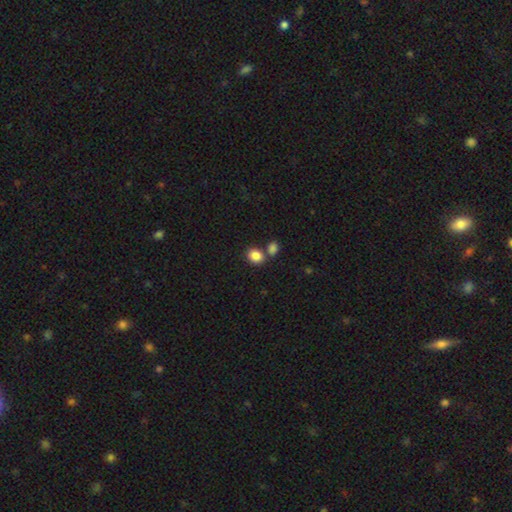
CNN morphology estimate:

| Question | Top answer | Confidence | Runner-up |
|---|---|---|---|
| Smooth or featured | smooth | 86% | star or artifact (9%) |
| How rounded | round | 54% | in between (45%) |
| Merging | none | 58% | merger (29%) |